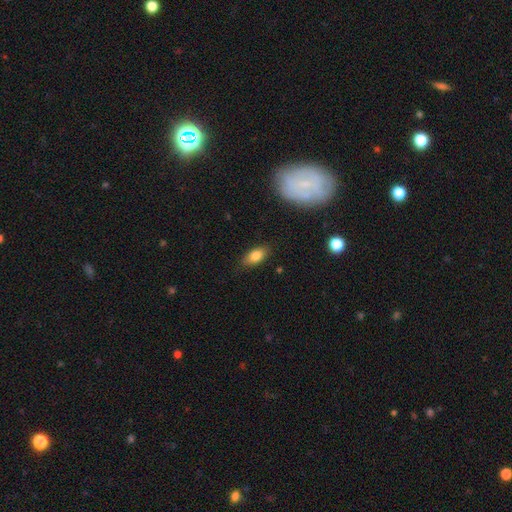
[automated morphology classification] Q: Smooth or featured?
A: smooth (81%); runner-up: featured or disk (10%)
Q: How rounded?
A: in between (87%); runner-up: cigar-shaped (7%)
Q: Merging?
A: none (83%); runner-up: minor disturbance (13%)